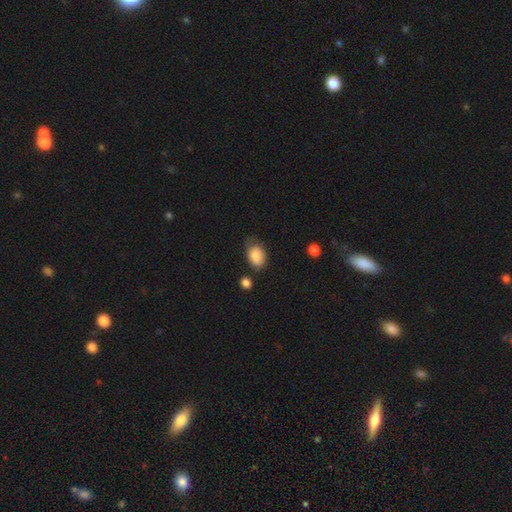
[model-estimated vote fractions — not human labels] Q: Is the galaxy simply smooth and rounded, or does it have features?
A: smooth — 85%.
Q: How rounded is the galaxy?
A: in between — 78%.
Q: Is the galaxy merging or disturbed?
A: none — 57%.